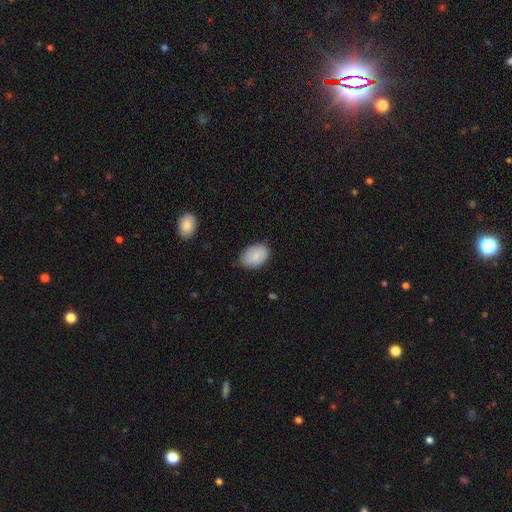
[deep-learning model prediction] The model was most divided on "merging": none: 76%, minor disturbance: 20%, major disturbance: 3%, merger: 1%. More confident: how rounded — in between (85%); smooth or featured — smooth (84%).